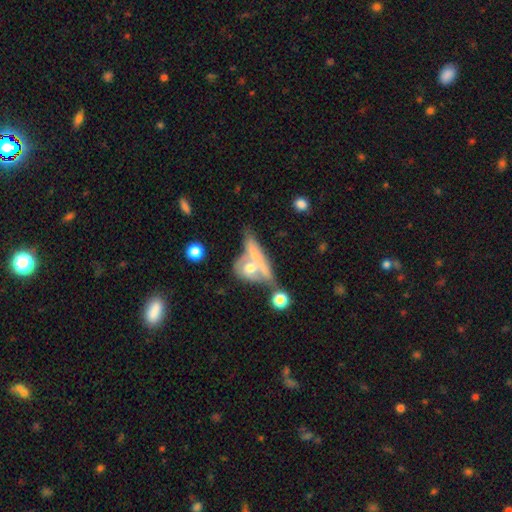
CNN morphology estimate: Overall: smooth (48%; featured or disk 44%). Merging: merger (44%; none 31%).